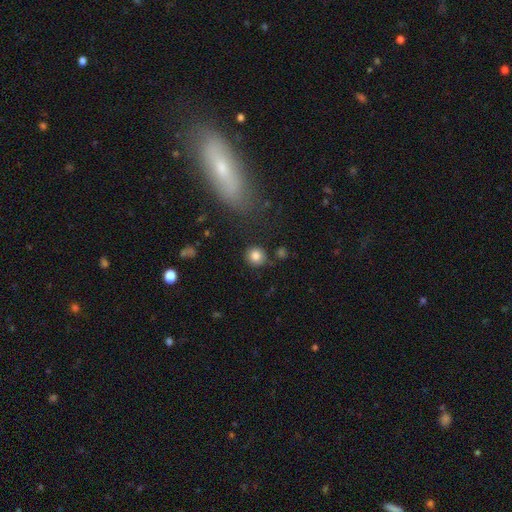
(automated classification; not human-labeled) Morphology: type=smooth (84%); roundness=round (89%); merging=none (84%).